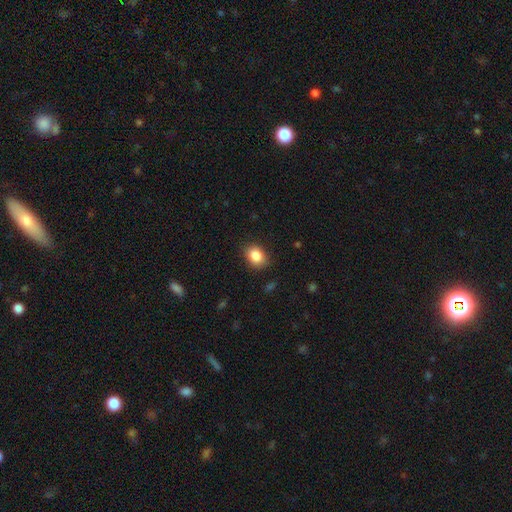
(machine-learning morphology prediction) This appears to be a smooth galaxy with no disk features (86%) that is in between round and cigar-shaped (59%). Merging: none (82%).